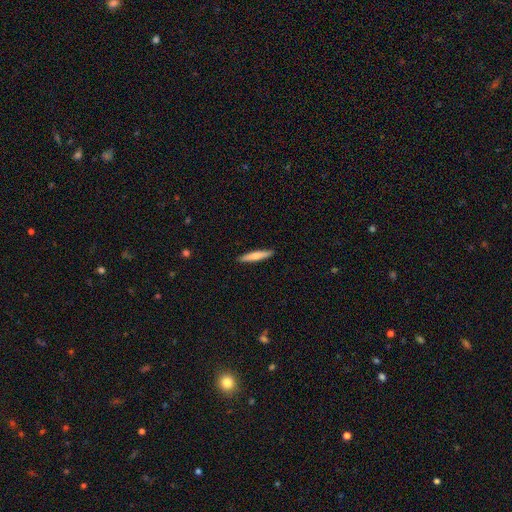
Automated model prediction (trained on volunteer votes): smooth-or-featured: smooth: 66% | featured or disk: 28% | star or artifact: 5%
  how-rounded: cigar-shaped: 91% | in between: 8% | round: 1%
  merging: none: 91% | minor disturbance: 6% | major disturbance: 1% | merger: 1%